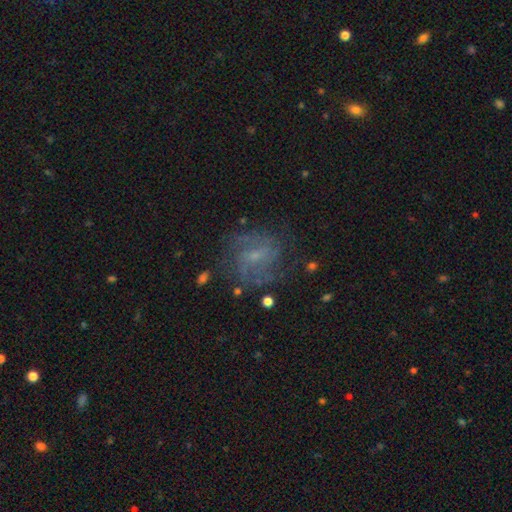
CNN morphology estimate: type=featured or disk (72%); edge-on=no (97%); bar=weak (55%); spiral arms=yes (88%); winding=medium (47%); arm count=2 (42%); bulge=small (63%); merging=none (69%).